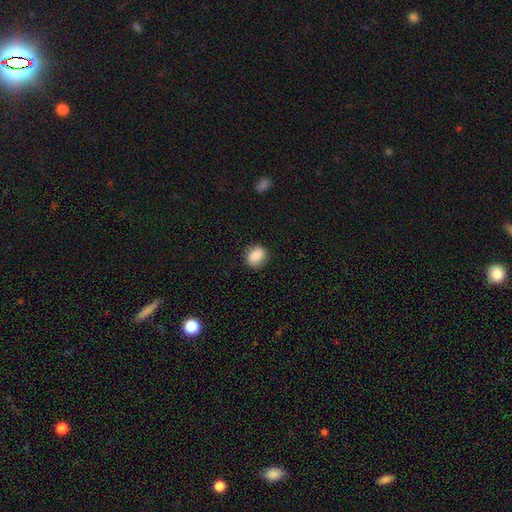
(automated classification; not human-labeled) Smooth or featured?
  - smooth: 86% *
  - star or artifact: 8%
  - featured or disk: 6%
How rounded?
  - round: 67% *
  - in between: 32%
  - cigar-shaped: 1%
Merging?
  - none: 87% *
  - minor disturbance: 9%
  - major disturbance: 3%
  - merger: 1%